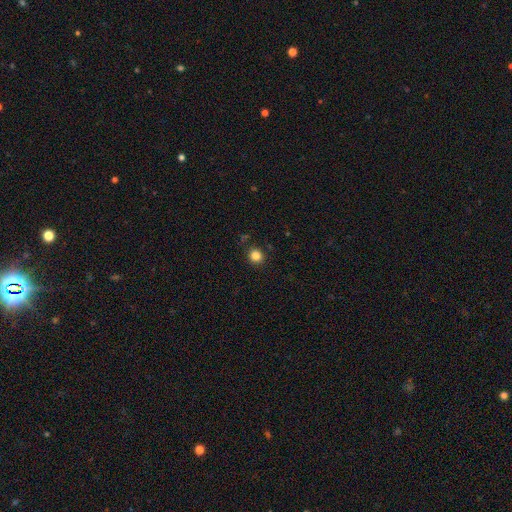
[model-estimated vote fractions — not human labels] Smooth or featured? Predicted: smooth (p=0.84). How rounded? Predicted: round (p=0.90). Merging? Predicted: none (p=0.89).